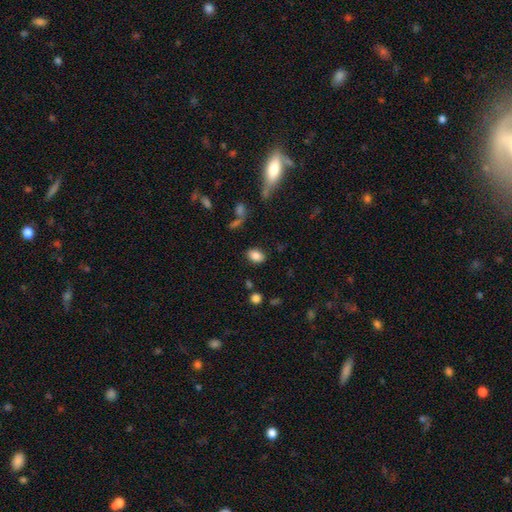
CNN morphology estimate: smooth-or-featured: smooth: 84% | star or artifact: 9% | featured or disk: 6%
  how-rounded: in between: 84% | round: 15% | cigar-shaped: 1%
  merging: none: 84% | minor disturbance: 10% | major disturbance: 3% | merger: 2%